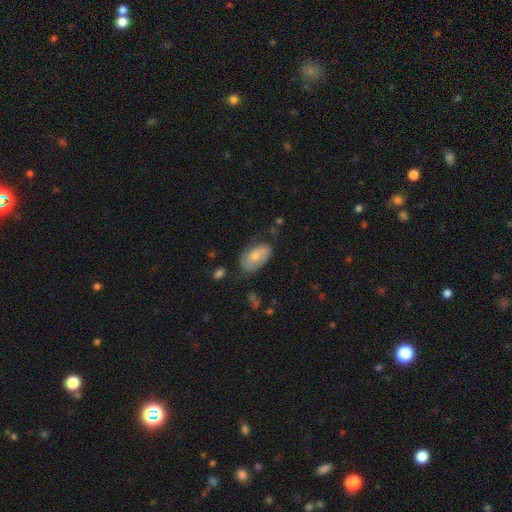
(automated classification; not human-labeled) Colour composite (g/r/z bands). It shows a smooth galaxy with no disk features (54%) that is in between round and cigar-shaped (93%). Merging: none (62%).